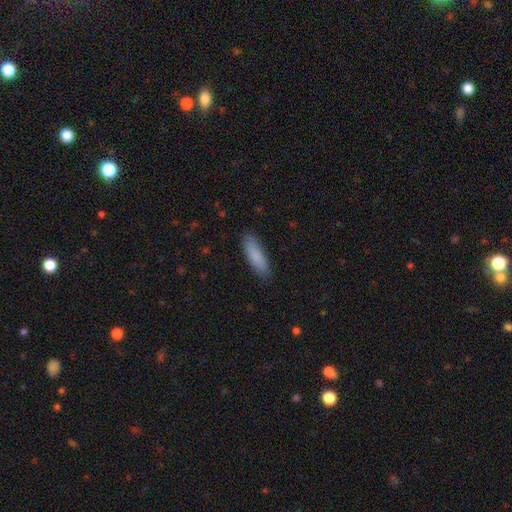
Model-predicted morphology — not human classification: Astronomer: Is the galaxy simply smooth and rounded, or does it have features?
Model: smooth — 87%.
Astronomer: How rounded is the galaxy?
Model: cigar-shaped — 54% (runner-up: in between, 44%).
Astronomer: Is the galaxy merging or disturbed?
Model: none — 86%.